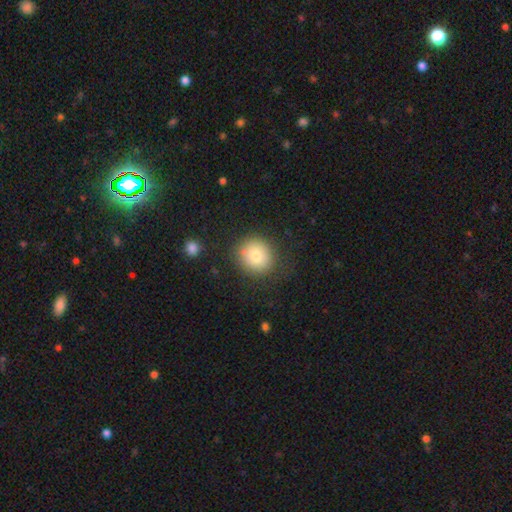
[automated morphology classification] This is likely a smooth galaxy (78%). How rounded: clearly round (86%). Merging: clearly none (81%).